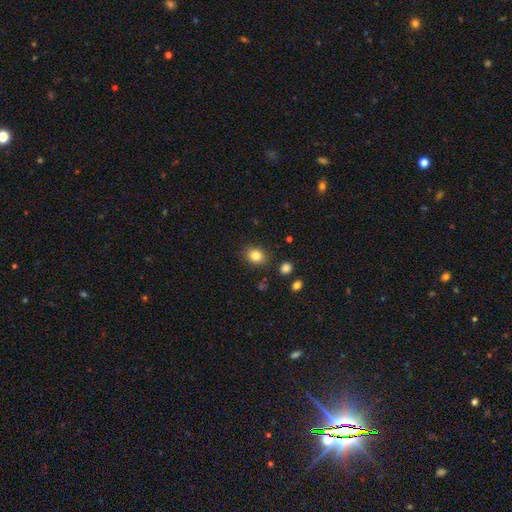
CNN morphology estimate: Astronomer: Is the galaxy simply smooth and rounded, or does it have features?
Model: smooth — 84%.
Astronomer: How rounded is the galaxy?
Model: in between — 53% (runner-up: round, 46%).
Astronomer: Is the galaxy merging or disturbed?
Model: none — 85%.